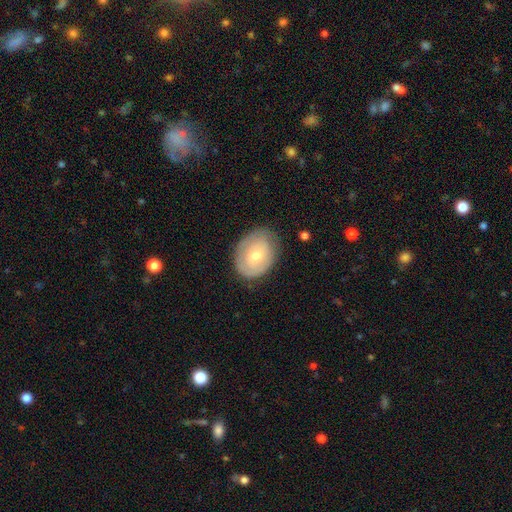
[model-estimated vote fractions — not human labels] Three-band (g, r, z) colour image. It shows a smooth galaxy with no disk features (52%) that is in between round and cigar-shaped (68%). Merging: none (75%).